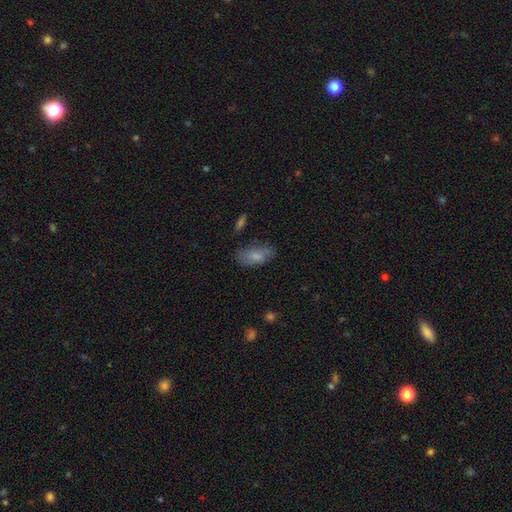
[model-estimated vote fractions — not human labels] This appears to be a smooth galaxy with no disk features (75%) that is in between round and cigar-shaped (90%). Merging: none (65%).